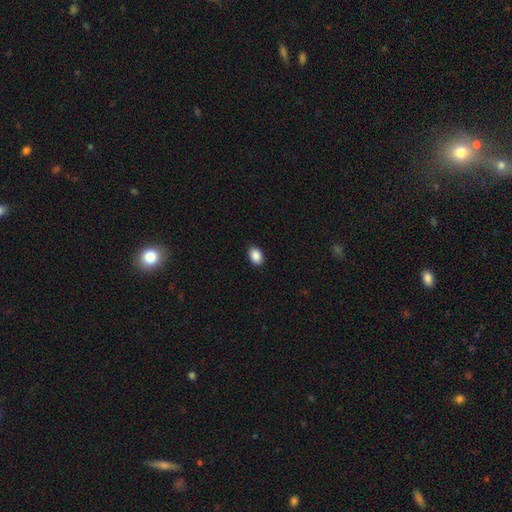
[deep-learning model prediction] Smooth or featured: smooth — 89% (star or artifact — 8%)
How rounded: in between — 79% (round — 20%)
Merging: none — 88% (minor disturbance — 9%)